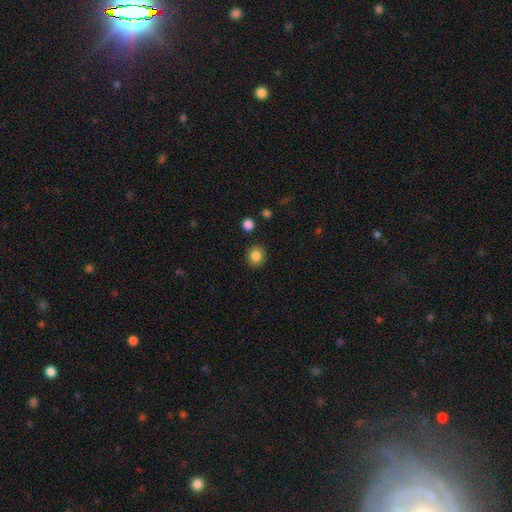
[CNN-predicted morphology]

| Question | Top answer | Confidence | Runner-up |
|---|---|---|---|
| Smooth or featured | smooth | 85% | star or artifact (10%) |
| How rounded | round | 78% | in between (21%) |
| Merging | none | 89% | minor disturbance (7%) |